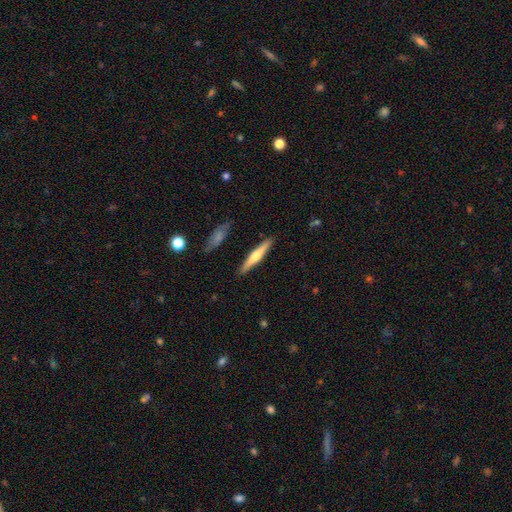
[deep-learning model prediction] A featured or disk galaxy (52%) viewed edge-on (96%).

Vote fractions:
- Smooth or featured? featured or disk: 52% / smooth: 43% / star or artifact: 5%
- Edge-on disk? yes: 96% / no: 4%
- Merging? none: 89% / minor disturbance: 7% / merger: 2% / major disturbance: 2%